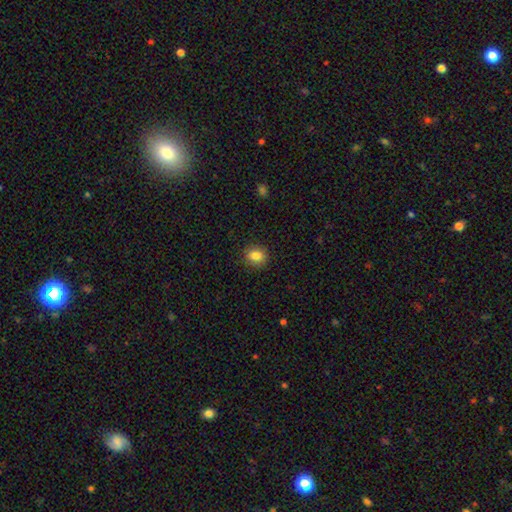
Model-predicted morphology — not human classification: Smooth or featured?
  - smooth: 84% *
  - star or artifact: 9%
  - featured or disk: 7%
How rounded?
  - round: 65% *
  - in between: 34%
  - cigar-shaped: 1%
Merging?
  - none: 89% *
  - minor disturbance: 8%
  - major disturbance: 2%
  - merger: 1%